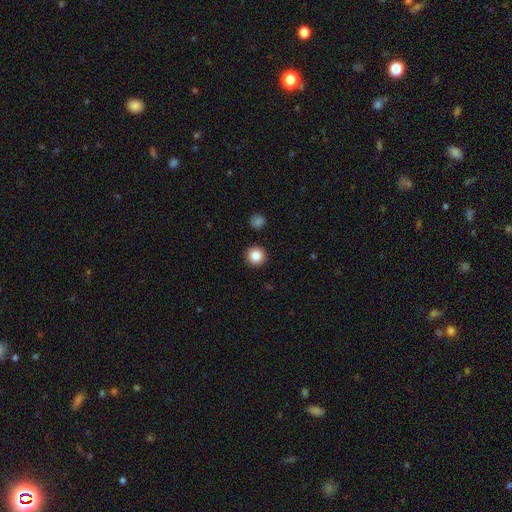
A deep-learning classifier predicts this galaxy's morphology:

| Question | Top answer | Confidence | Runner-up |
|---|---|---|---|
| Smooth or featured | smooth | 86% | star or artifact (10%) |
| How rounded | round | 95% | in between (4%) |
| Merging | none | 92% | minor disturbance (4%) |